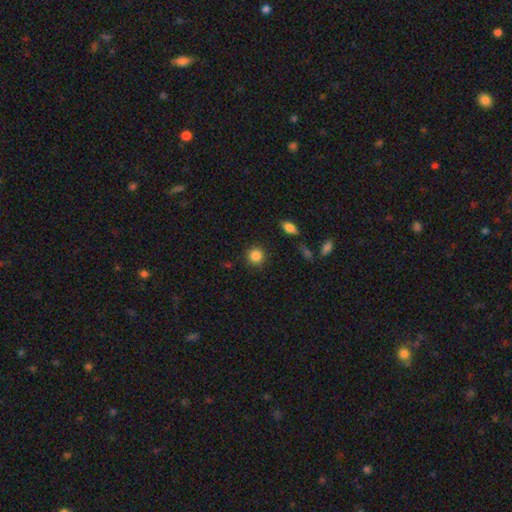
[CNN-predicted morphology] Smooth or featured? Predicted: smooth (p=0.85). How rounded? Predicted: round (p=0.91). Merging? Predicted: none (p=0.89).